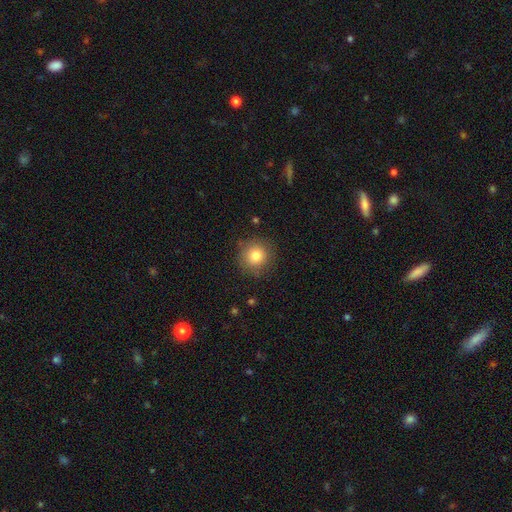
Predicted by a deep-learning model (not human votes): Q: Smooth or featured?
A: smooth (81%); runner-up: star or artifact (10%)
Q: How rounded?
A: round (93%); runner-up: in between (6%)
Q: Merging?
A: none (85%); runner-up: minor disturbance (11%)